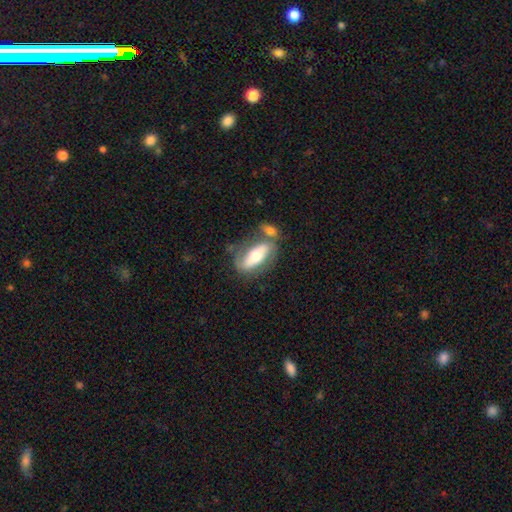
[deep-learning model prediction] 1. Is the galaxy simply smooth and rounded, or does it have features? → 48% smooth, 47% featured or disk, 6% star or artifact.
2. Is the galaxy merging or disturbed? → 48% none, 28% merger, 16% minor disturbance, 8% major disturbance.